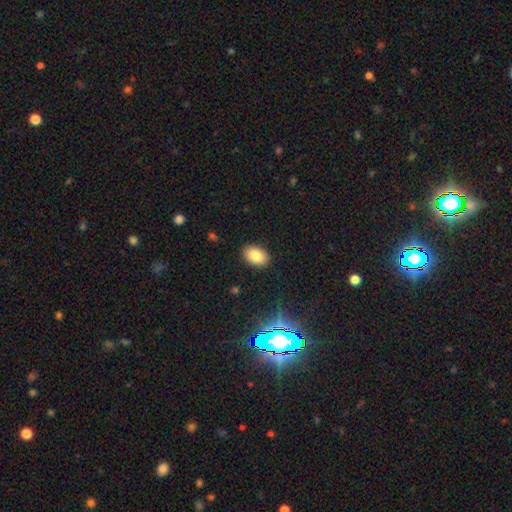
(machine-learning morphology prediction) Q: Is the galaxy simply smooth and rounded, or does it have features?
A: smooth — 83%.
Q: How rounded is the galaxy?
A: in between — 87%.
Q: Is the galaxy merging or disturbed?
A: none — 88%.